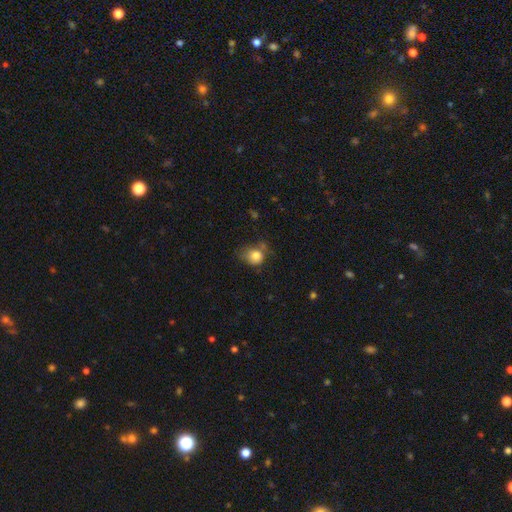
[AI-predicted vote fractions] The model was most divided on "merging": none: 46%, minor disturbance: 32%, major disturbance: 15%, merger: 7%. More confident: smooth or featured — smooth (80%); how rounded — round (70%).